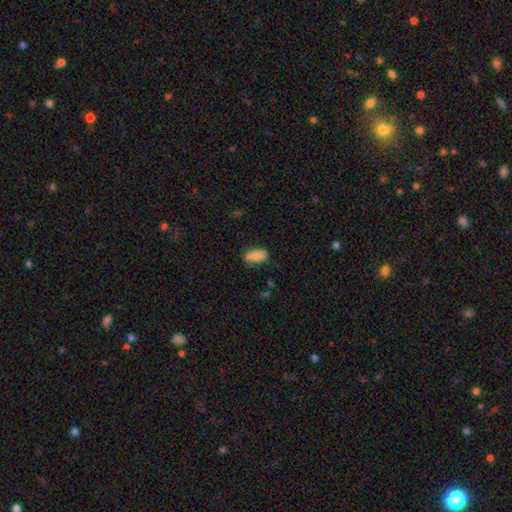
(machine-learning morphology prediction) Smooth or featured? smooth (78%)
How rounded? in between (87%)
Merging? none (66%)